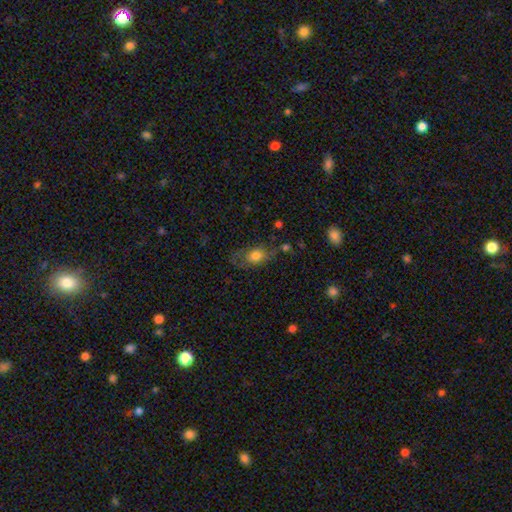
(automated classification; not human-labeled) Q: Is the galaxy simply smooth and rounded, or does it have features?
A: smooth — 70%.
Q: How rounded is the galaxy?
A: in between — 74%.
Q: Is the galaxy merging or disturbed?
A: none — 54%.